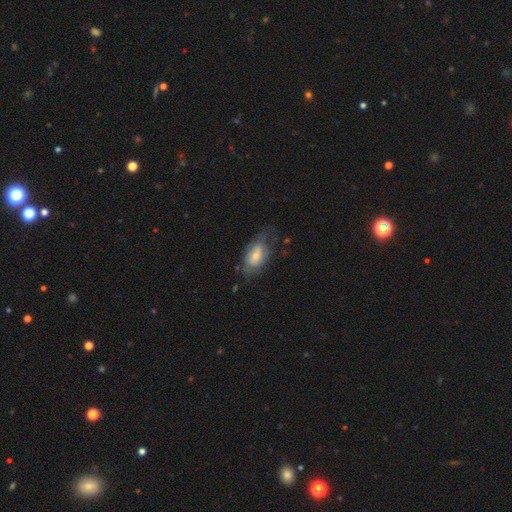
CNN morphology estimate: Smooth or featured? smooth (57%)
How rounded? in between (90%)
Merging? none (45%)